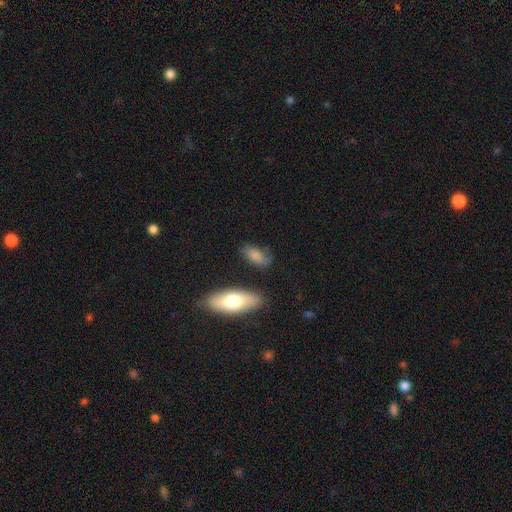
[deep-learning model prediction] smooth 76%, featured or disk 16%, star or artifact 9%. Down the decision tree: how rounded — in between (85%); merging — none (64%).